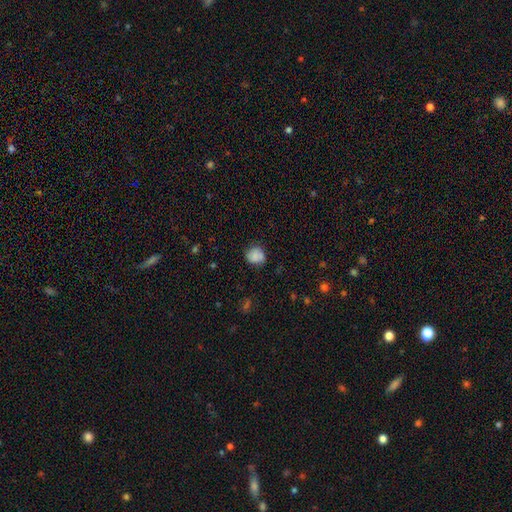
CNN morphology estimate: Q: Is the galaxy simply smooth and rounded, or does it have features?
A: smooth — 80%.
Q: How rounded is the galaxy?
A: round — 74%.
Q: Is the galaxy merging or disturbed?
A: none — 69%.